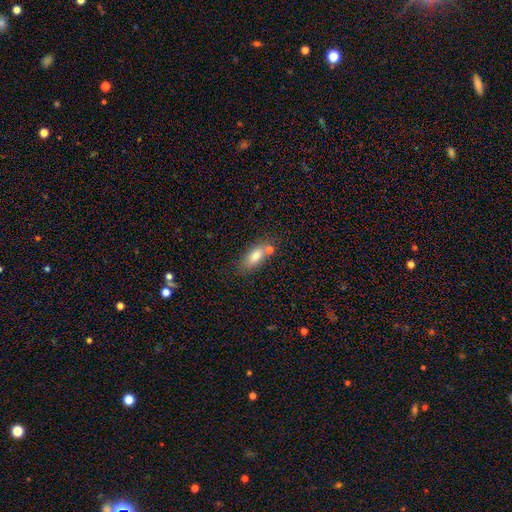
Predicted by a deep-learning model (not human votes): Smooth or featured: smooth — 79% (featured or disk — 12%)
How rounded: in between — 80% (cigar-shaped — 16%)
Merging: none — 63% (merger — 18%)